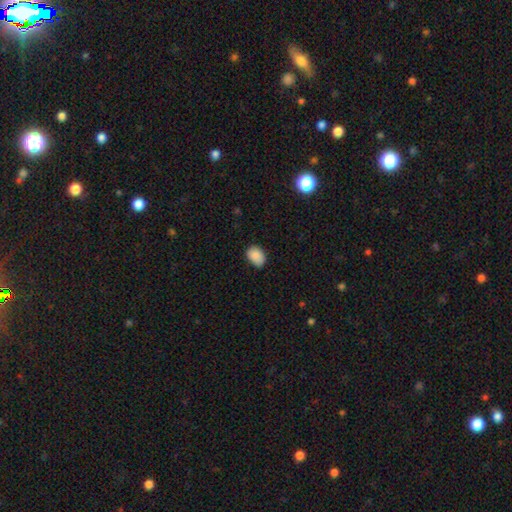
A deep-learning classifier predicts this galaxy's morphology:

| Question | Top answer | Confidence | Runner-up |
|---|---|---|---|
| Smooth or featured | smooth | 88% | star or artifact (8%) |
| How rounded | in between | 75% | round (24%) |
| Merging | none | 72% | minor disturbance (23%) |